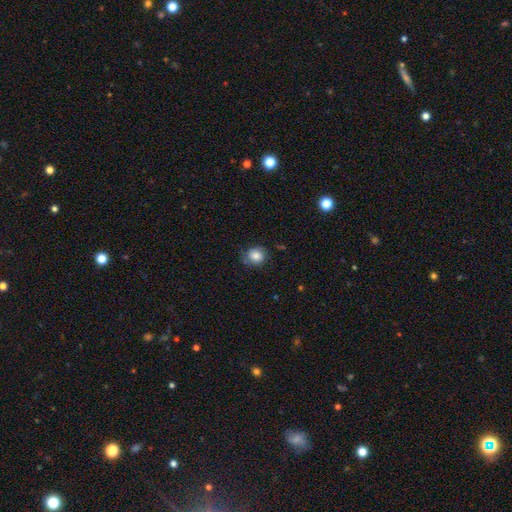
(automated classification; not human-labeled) A smooth galaxy with no disk features (80%) that is round (78%).

Vote fractions:
- Smooth or featured? smooth: 80% / featured or disk: 11% / star or artifact: 9%
- How rounded? round: 78% / in between: 21% / cigar-shaped: 1%
- Merging? none: 68% / minor disturbance: 24% / major disturbance: 7% / merger: 2%